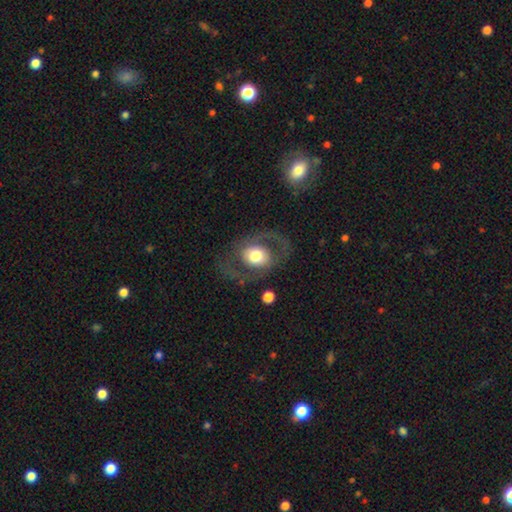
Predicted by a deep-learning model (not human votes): Smooth or featured? Predicted: featured or disk (p=0.52). Edge-on disk? Predicted: no (p=0.94). Merging? Predicted: none (p=0.71).